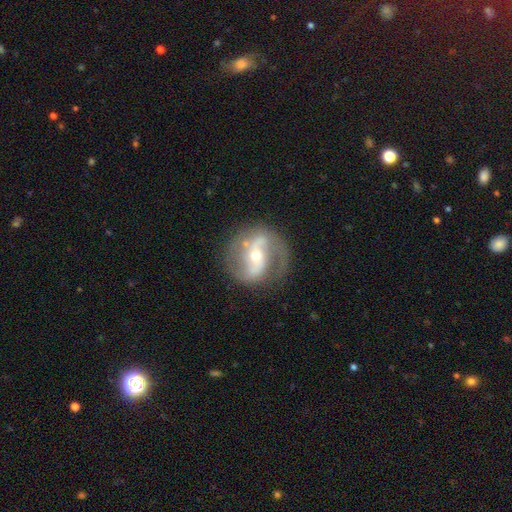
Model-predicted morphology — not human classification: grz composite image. It shows a featured or disk galaxy (85%) with a strong bar (41%), 2 (88%) medium (46%) spiral arms (92%) and a small central bulge (49%). Merging: none (75%).